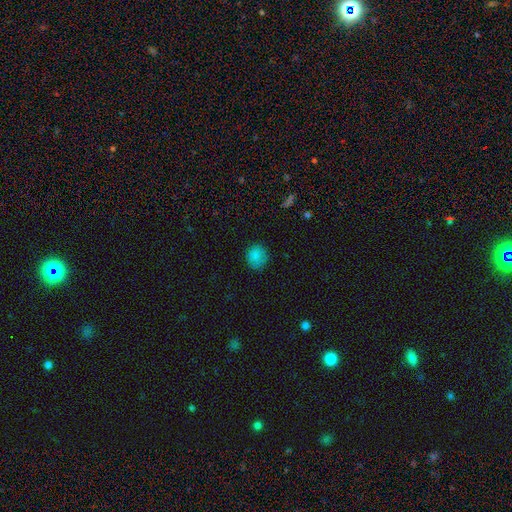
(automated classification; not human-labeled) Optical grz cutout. It shows a smooth galaxy with no disk features (84%) that is round (80%). Merging: none (82%).